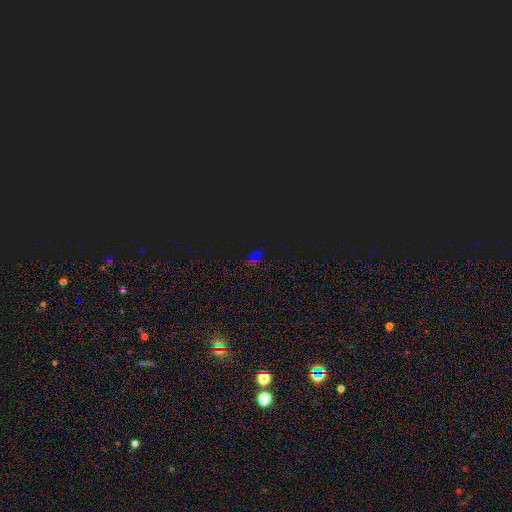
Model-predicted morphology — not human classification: A star or artifact, not a galaxy (68%).

Vote fractions:
- Smooth or featured? star or artifact: 68% / smooth: 23% / featured or disk: 9%